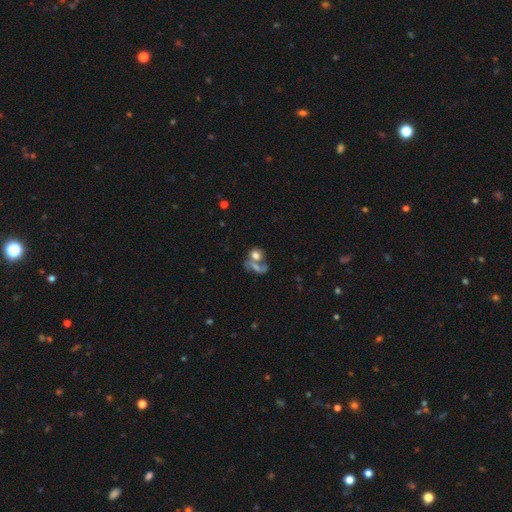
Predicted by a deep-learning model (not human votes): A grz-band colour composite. It shows a smooth galaxy with no disk features (57%) that is round (51%). Merging: merger (56%).